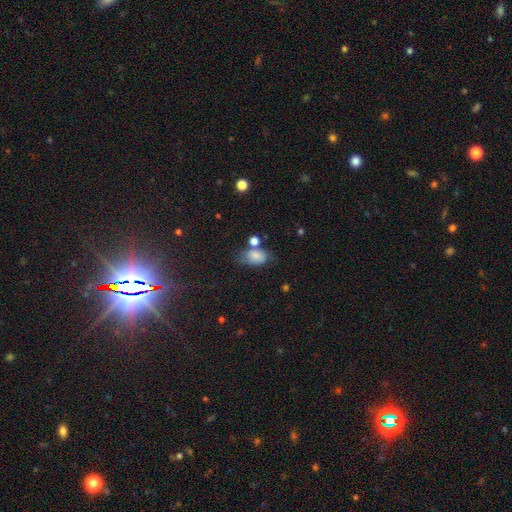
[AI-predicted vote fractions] Overall: smooth (74%). How rounded: in between (83%). Merging: none (45%; minor disturbance 27%).